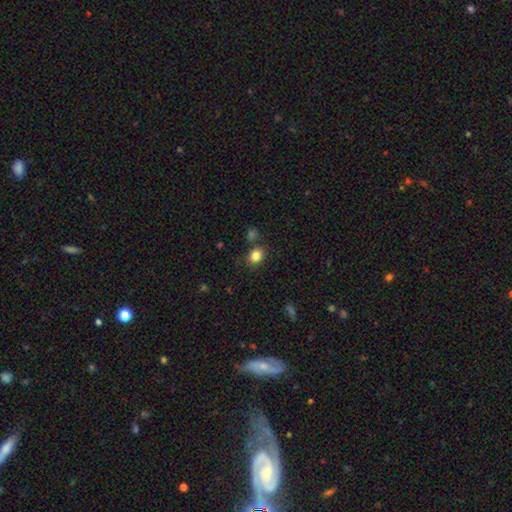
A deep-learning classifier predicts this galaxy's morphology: Q: Smooth or featured?
A: smooth (84%); runner-up: star or artifact (11%)
Q: How rounded?
A: round (62%); runner-up: in between (37%)
Q: Merging?
A: none (79%); runner-up: minor disturbance (10%)